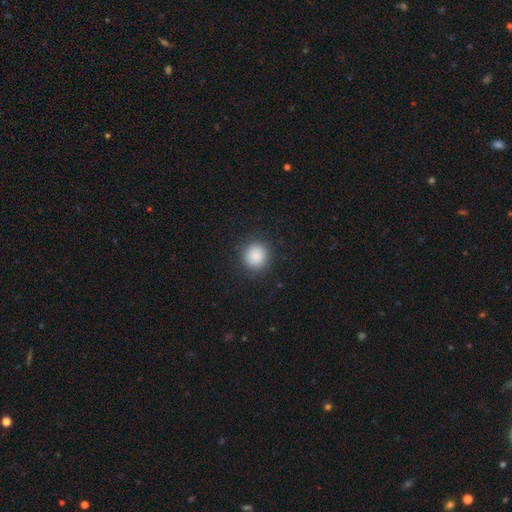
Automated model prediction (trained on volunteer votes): This is clearly a smooth galaxy (87%). How rounded: clearly round (92%). Merging: clearly none (89%).